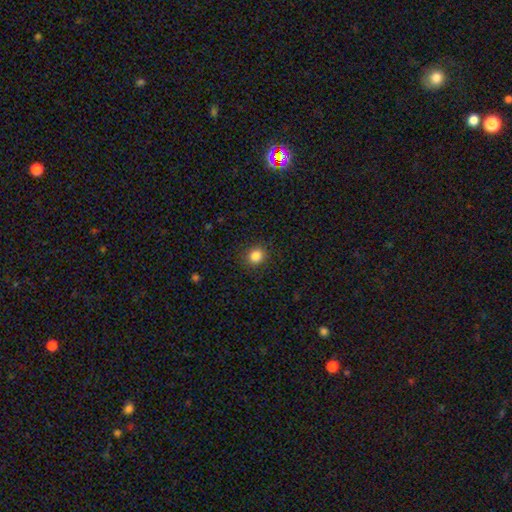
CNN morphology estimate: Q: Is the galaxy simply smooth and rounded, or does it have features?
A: smooth — 85%.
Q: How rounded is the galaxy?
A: round — 79%.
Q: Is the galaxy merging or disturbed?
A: none — 89%.